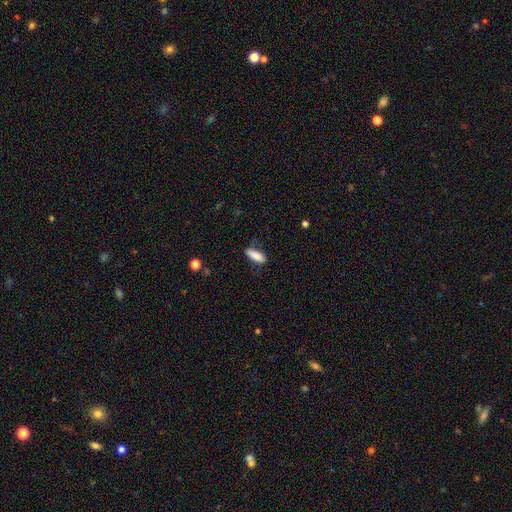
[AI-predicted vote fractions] smooth 85%, featured or disk 8%, star or artifact 7%. Down the decision tree: how rounded — in between (62%); merging — none (74%).